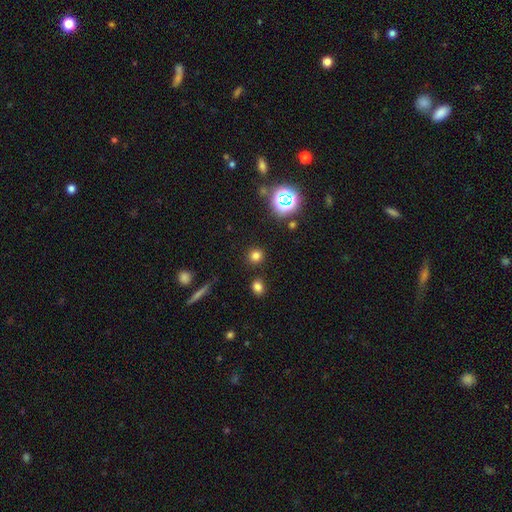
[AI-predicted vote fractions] Smooth or featured: smooth — 74% (star or artifact — 19%)
How rounded: round — 90% (in between — 9%)
Merging: none — 88% (minor disturbance — 6%)